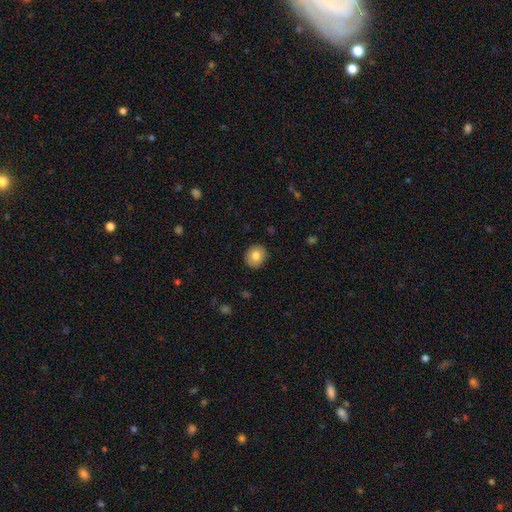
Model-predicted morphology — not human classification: smooth_or_featured: smooth (p=0.79) [alt: featured or disk p=0.13]
how_rounded: round (p=0.71) [alt: in between p=0.28]
merging: none (p=0.89) [alt: minor disturbance p=0.08]